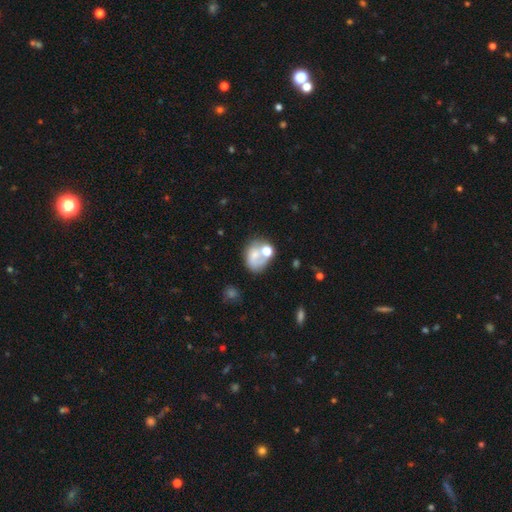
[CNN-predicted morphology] A smooth galaxy with no disk features (54%) that is in between round and cigar-shaped (53%). Merging: none (33%).